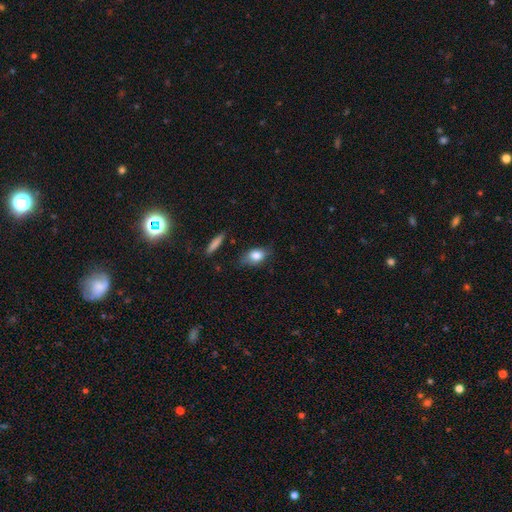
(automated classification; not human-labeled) Q: Smooth or featured?
A: smooth (79%); runner-up: featured or disk (13%)
Q: How rounded?
A: in between (80%); runner-up: round (14%)
Q: Merging?
A: none (68%); runner-up: minor disturbance (24%)